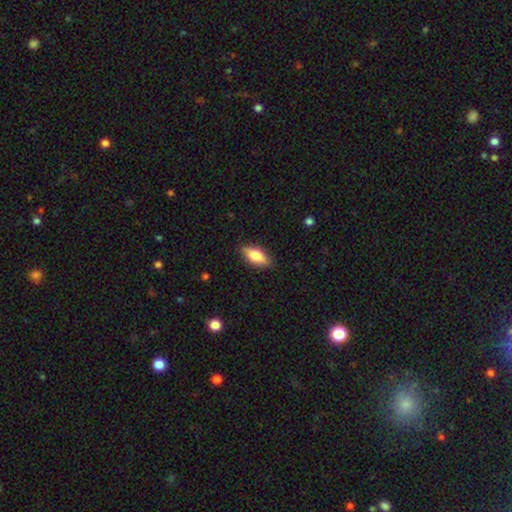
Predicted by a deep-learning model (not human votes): A smooth galaxy with no disk features (74%) that is in between round and cigar-shaped (77%).

Vote fractions:
- Smooth or featured? smooth: 74% / featured or disk: 19% / star or artifact: 7%
- How rounded? in between: 77% / cigar-shaped: 20% / round: 3%
- Merging? none: 86% / minor disturbance: 10% / major disturbance: 2% / merger: 1%